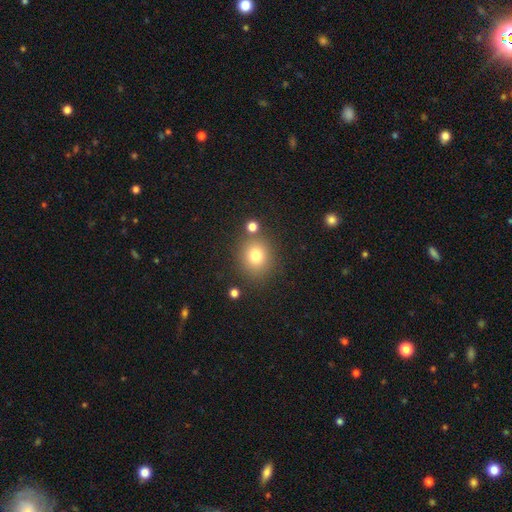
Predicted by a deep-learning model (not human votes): The model was most divided on "how rounded": round: 79%, in between: 20%, cigar-shaped: 1%. More confident: merging — none (78%); smooth or featured — smooth (78%).